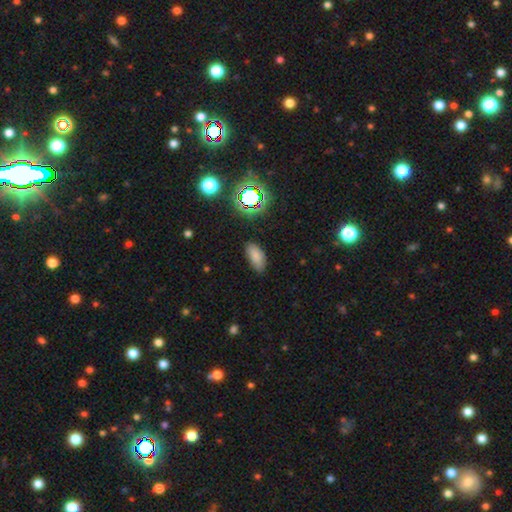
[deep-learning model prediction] Smooth or featured? smooth (79%)
How rounded? in between (91%)
Merging? none (78%)